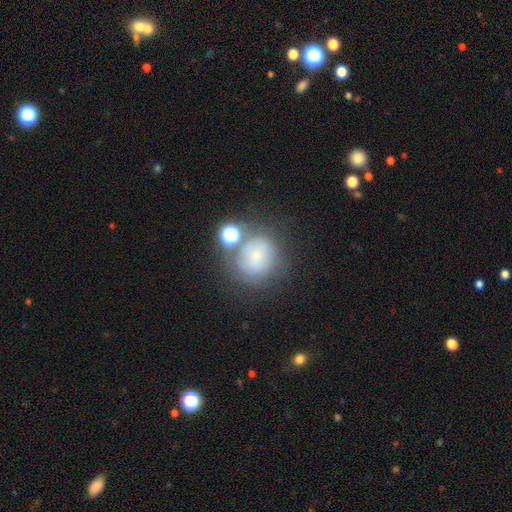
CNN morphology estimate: A smooth galaxy with no disk features (59%) that is round (85%). Merging: none (52%).